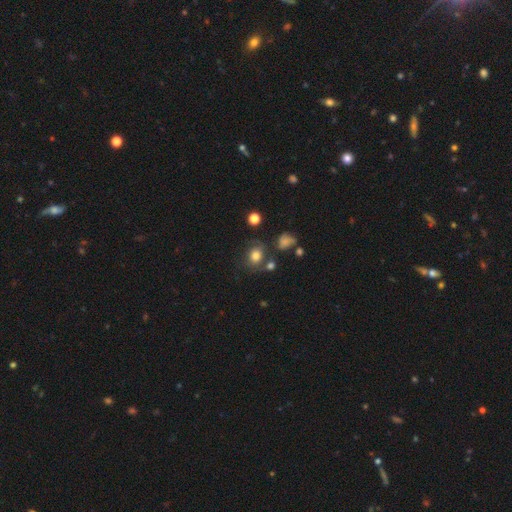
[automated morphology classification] Smooth or featured: smooth — 72% (featured or disk — 15%)
How rounded: round — 65% (in between — 34%)
Merging: none — 60% (minor disturbance — 20%)